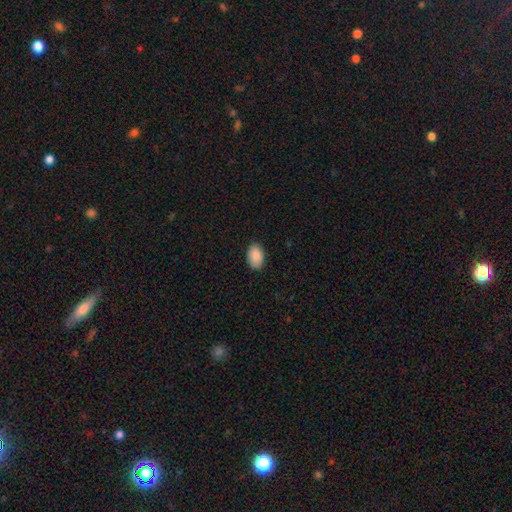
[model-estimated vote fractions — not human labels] This is clearly a smooth galaxy (90%). How rounded: clearly in between (91%). Merging: clearly none (88%).